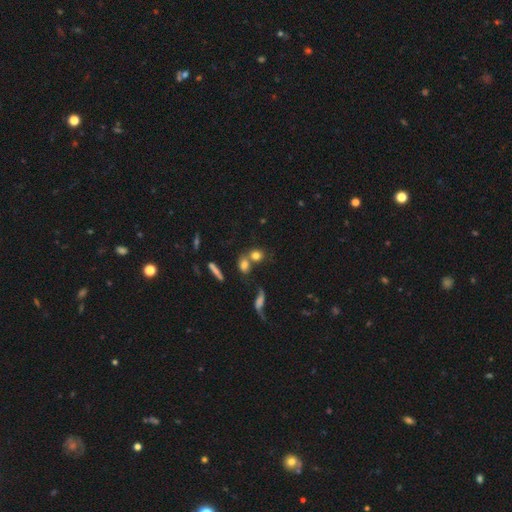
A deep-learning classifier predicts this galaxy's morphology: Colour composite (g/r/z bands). It shows a smooth galaxy with no disk features (75%) that is round (71%). Merging: none (46%).